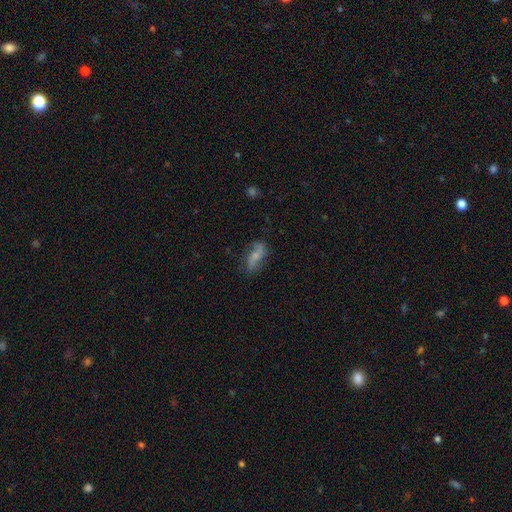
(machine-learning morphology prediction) Smooth or featured? featured or disk (55%)
Edge-on disk? no (87%)
Merging? none (72%)